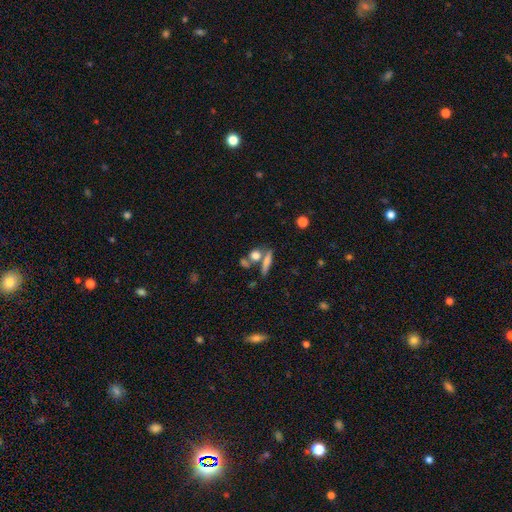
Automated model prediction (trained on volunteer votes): smooth_or_featured: smooth (p=0.70) [alt: featured or disk p=0.18]
how_rounded: round (p=0.38) [alt: in between p=0.34]
merging: none (p=0.54) [alt: merger p=0.29]